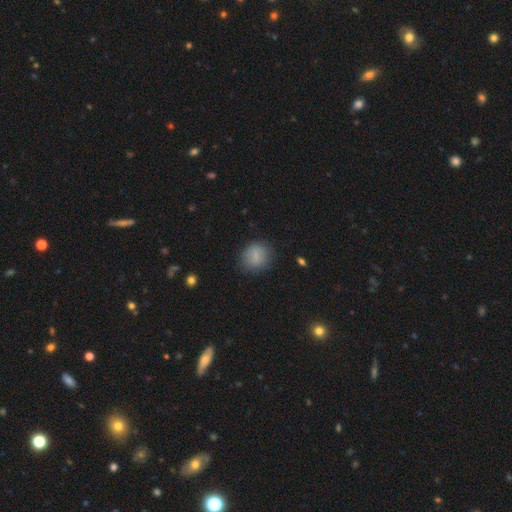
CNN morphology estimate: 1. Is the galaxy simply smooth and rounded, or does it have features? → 80% smooth, 12% featured or disk, 8% star or artifact.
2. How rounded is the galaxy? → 66% round, 32% in between, 1% cigar-shaped.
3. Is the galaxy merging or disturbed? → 79% none, 15% minor disturbance, 5% major disturbance, 1% merger.